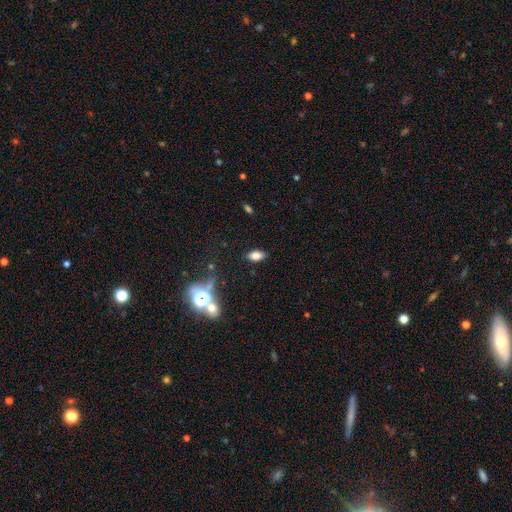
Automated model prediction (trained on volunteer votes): smooth 74%, star or artifact 15%, featured or disk 11%. Down the decision tree: how rounded — in between (87%); merging — none (85%).